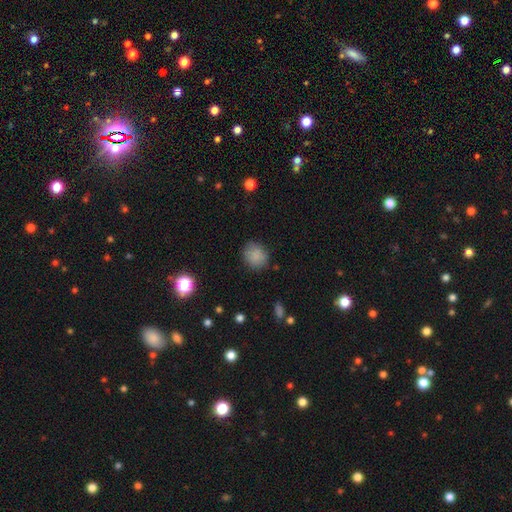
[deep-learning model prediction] Morphology: type=smooth (85%); roundness=round (74%); merging=none (82%).